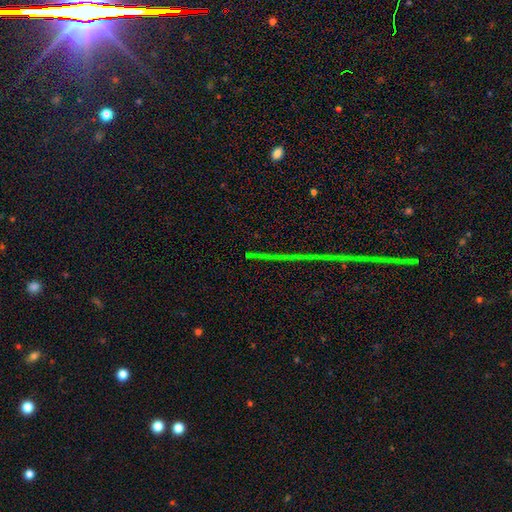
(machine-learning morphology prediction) smooth_or_featured: star or artifact (p=0.83) [alt: featured or disk p=0.09]